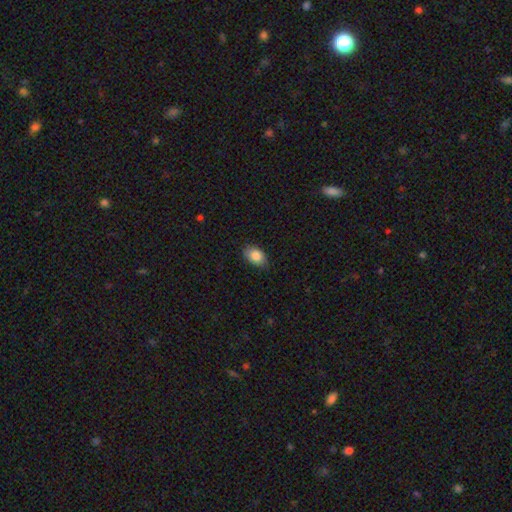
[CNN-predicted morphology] smooth_or_featured: smooth (p=0.85) [alt: featured or disk p=0.08]
how_rounded: in between (p=0.87) [alt: round p=0.11]
merging: none (p=0.83) [alt: minor disturbance p=0.14]